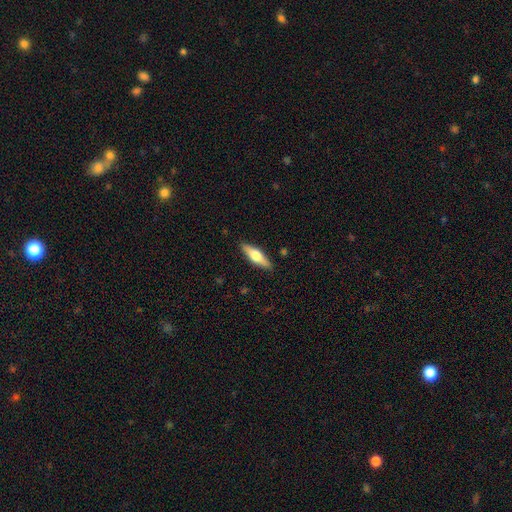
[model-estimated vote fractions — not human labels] A featured or disk galaxy (49%). Merging: none (88%).